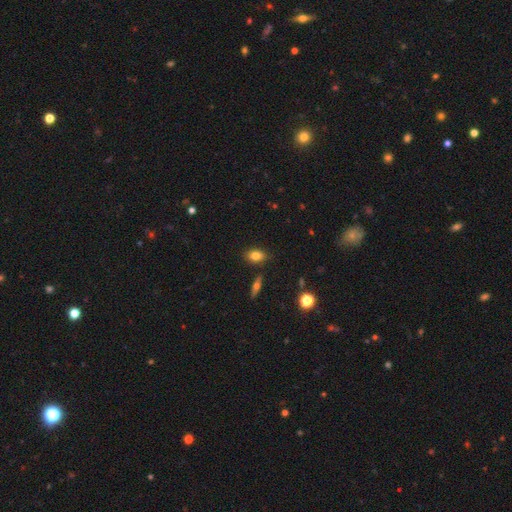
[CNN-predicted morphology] A smooth galaxy with no disk features (79%) that is in between round and cigar-shaped (74%). Merging: none (82%).